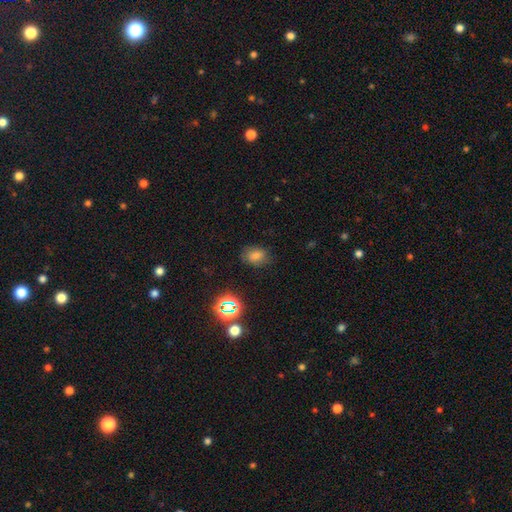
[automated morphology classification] smooth-or-featured: smooth: 74% | star or artifact: 18% | featured or disk: 9%
  how-rounded: in between: 71% | round: 28% | cigar-shaped: 1%
  merging: none: 77% | minor disturbance: 16% | major disturbance: 5% | merger: 2%